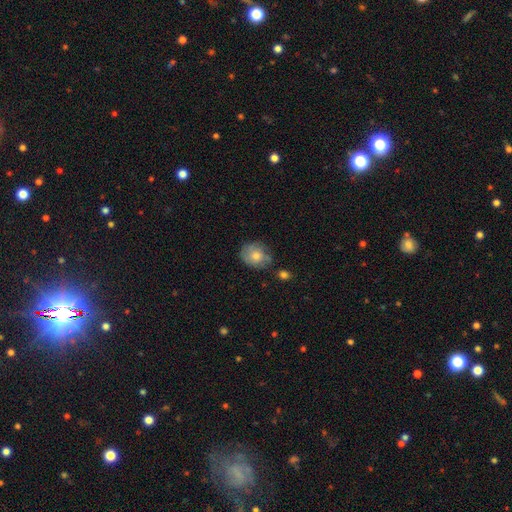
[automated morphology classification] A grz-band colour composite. It shows a smooth galaxy with no disk features (60%) that is round (59%). Merging: none (63%).